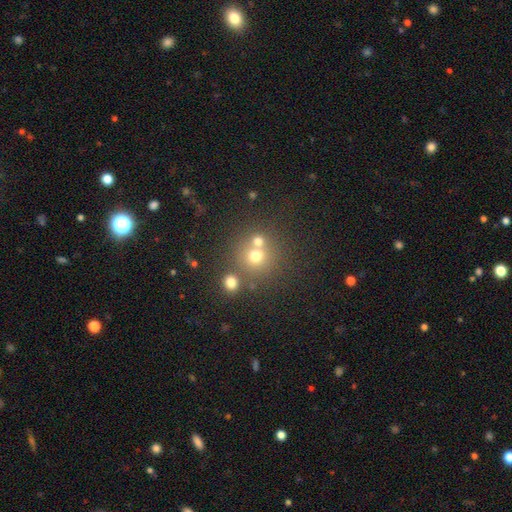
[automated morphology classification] smooth 68%, star or artifact 19%, featured or disk 13%. Down the decision tree: how rounded — round (88%); merging — none (54%).